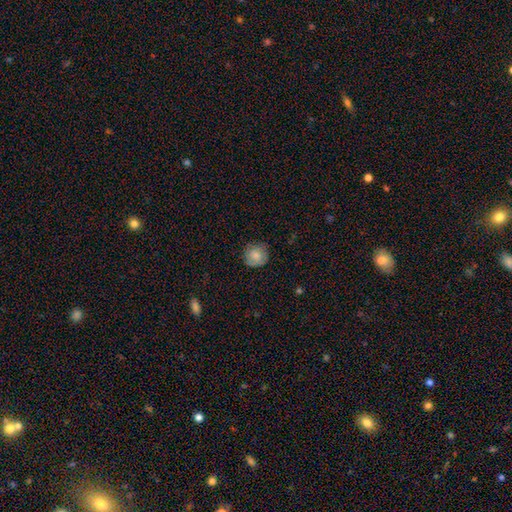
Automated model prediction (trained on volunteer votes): Smooth or featured? Predicted: smooth (p=0.80). How rounded? Predicted: round (p=0.91). Merging? Predicted: none (p=0.80).